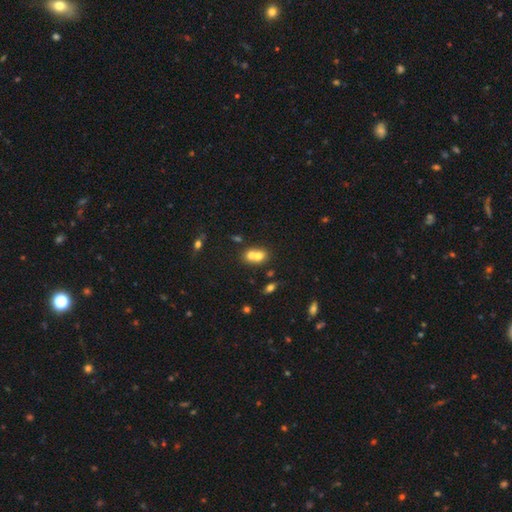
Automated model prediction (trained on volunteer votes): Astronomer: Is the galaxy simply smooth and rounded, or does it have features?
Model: smooth — 67%.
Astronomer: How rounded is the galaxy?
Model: round — 60% (runner-up: in between, 38%).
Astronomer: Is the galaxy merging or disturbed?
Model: merger — 67%.